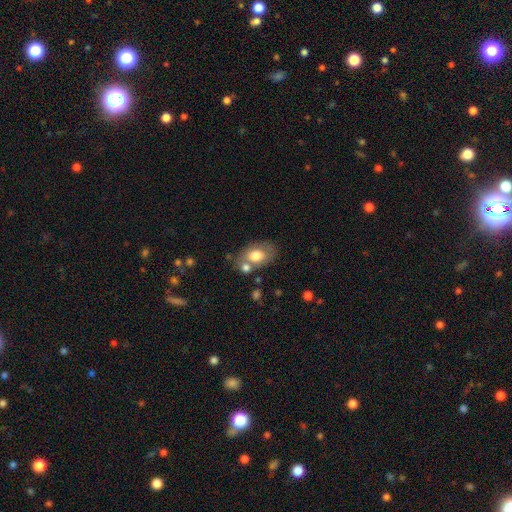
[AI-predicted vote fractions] Overall: smooth (72%). How rounded: in between (82%). Merging: none (57%; merger 21%).